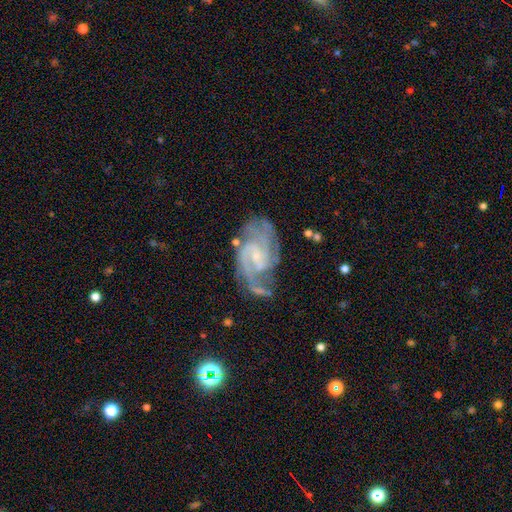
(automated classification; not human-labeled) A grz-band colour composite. It shows a featured or disk galaxy (90%) with a weak bar (47%), 2 (49%) tight (46%) spiral arms (98%) and a small central bulge (74%). Merging: none (63%).